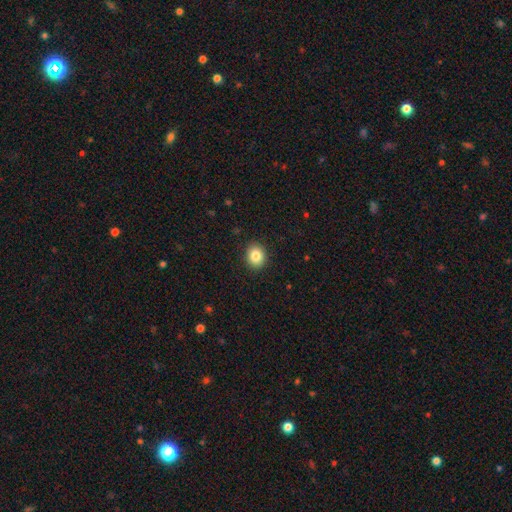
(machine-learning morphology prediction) smooth 84%, star or artifact 10%, featured or disk 6%. Down the decision tree: how rounded — round (66%); merging — none (91%).